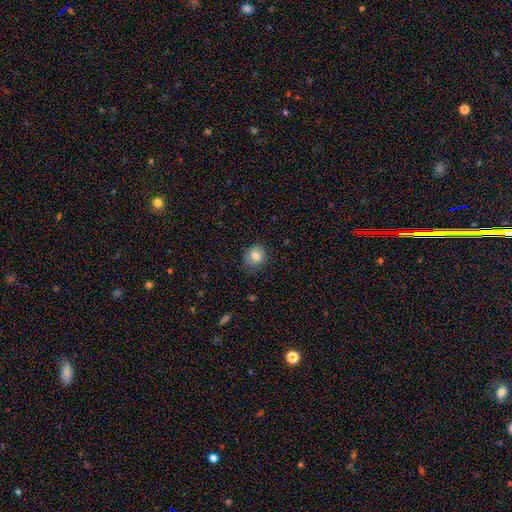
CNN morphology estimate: Smooth or featured? Predicted: smooth (p=0.79). How rounded? Predicted: round (p=0.77). Merging? Predicted: none (p=0.81).